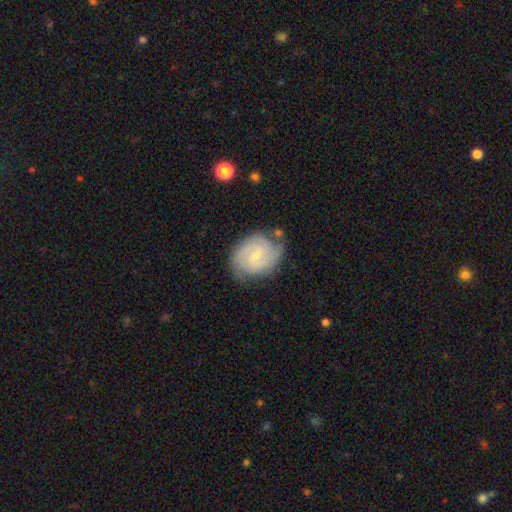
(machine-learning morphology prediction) featured or disk 81%, smooth 13%, star or artifact 6%. Down the decision tree: edge-on disk — no (98%); bar — weak (61%); spiral arms — yes (96%); spiral arm count — 2 (62%); spiral winding — tight (57%); bulge size — small (68%); merging — none (72%).